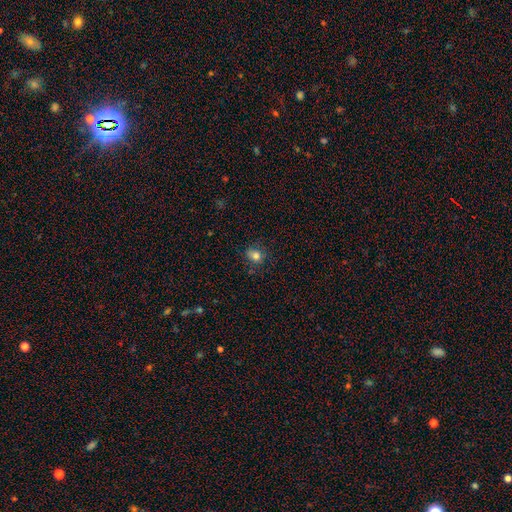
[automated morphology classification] This is likely a smooth galaxy (79%). How rounded: possibly round (59%). Merging: likely none (74%).